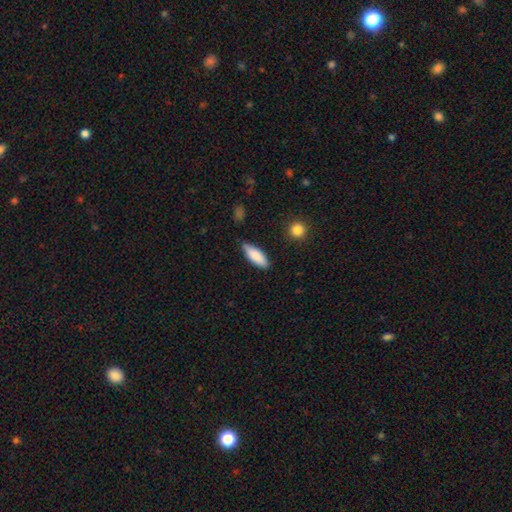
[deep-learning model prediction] This appears to be a smooth galaxy with no disk features (84%) that is in between round and cigar-shaped (68%). Merging: none (78%).